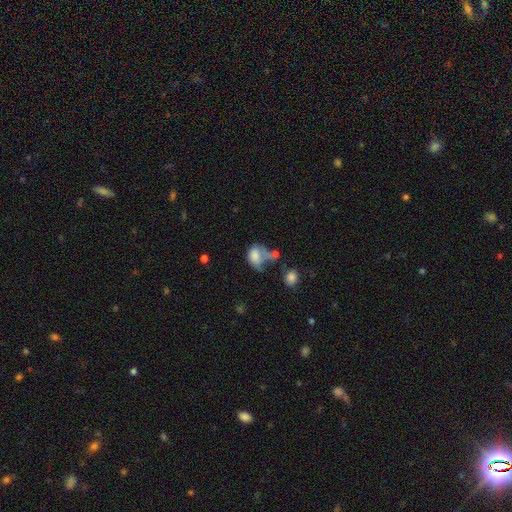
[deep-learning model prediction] smooth_or_featured: smooth (p=0.65) [alt: featured or disk p=0.24]
how_rounded: in between (p=0.76) [alt: round p=0.22]
merging: merger (p=0.36) [alt: major disturbance p=0.31]